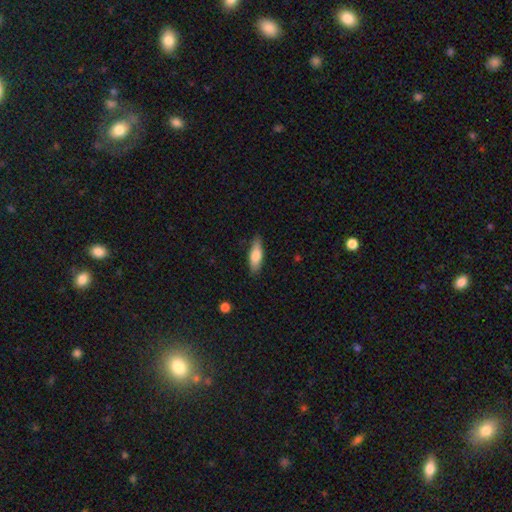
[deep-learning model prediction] Morphology: type=smooth (77%); roundness=in between (59%); merging=none (81%).